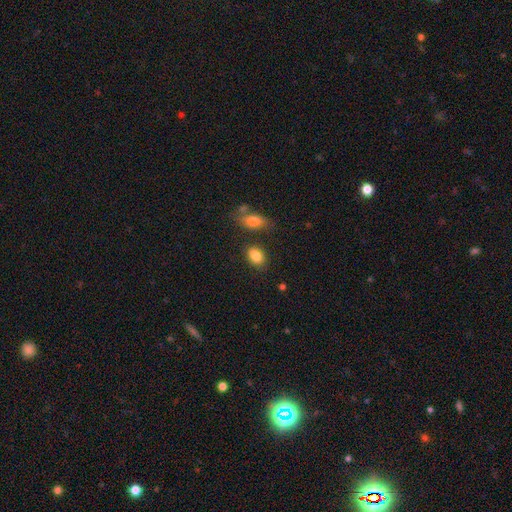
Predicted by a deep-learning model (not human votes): Smooth or featured? smooth (84%)
How rounded? in between (79%)
Merging? none (72%)